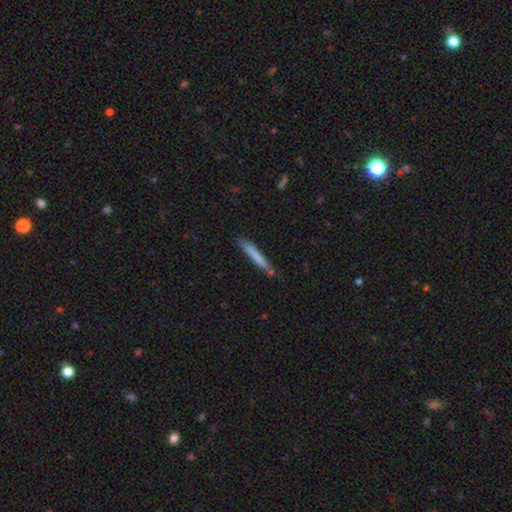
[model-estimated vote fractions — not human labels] Smooth or featured: smooth — 73% (featured or disk — 21%)
How rounded: cigar-shaped — 96% (in between — 3%)
Merging: none — 79% (minor disturbance — 14%)